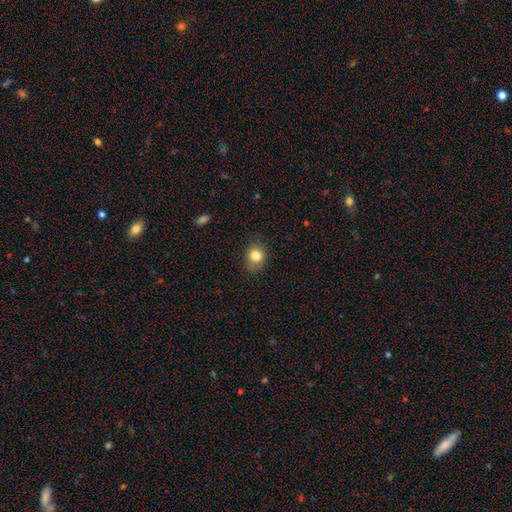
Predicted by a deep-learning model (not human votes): smooth 82%, star or artifact 11%, featured or disk 7%. Down the decision tree: how rounded — round (67%); merging — none (80%).